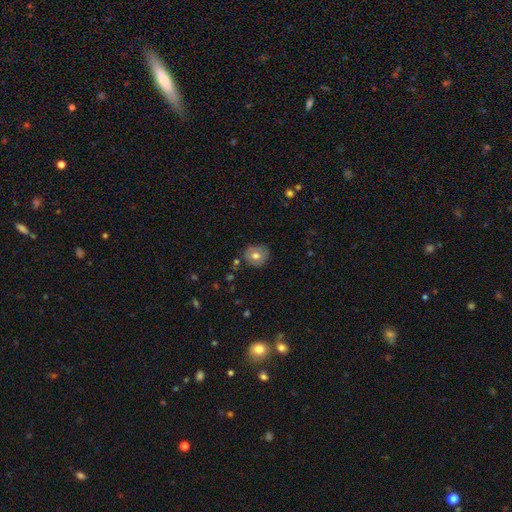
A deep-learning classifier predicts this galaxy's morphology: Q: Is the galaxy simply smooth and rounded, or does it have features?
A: smooth — 62%.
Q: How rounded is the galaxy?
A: round — 74%.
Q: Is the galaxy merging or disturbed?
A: none — 78%.